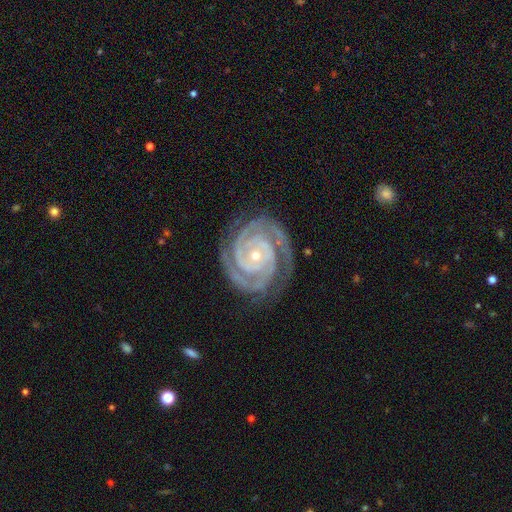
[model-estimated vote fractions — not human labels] This is clearly a featured or disk galaxy (94%). It is clearly not viewed edge-on (98%). Bar: likely no (70%). Spiral arm pattern: clearly yes (99%). Spiral arm count: likely 2 (65%). Spiral winding: clearly tight (86%). Central bulge: likely small (74%). Merging: clearly none (81%).